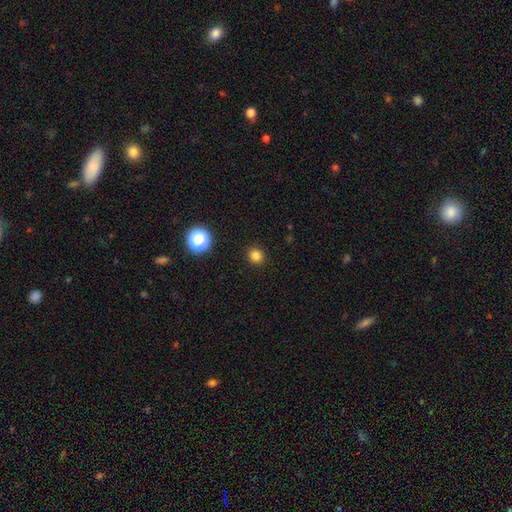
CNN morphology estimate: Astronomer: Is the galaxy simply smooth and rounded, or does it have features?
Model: smooth — 81%.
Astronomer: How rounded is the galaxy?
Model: round — 88%.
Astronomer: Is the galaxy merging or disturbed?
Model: none — 92%.